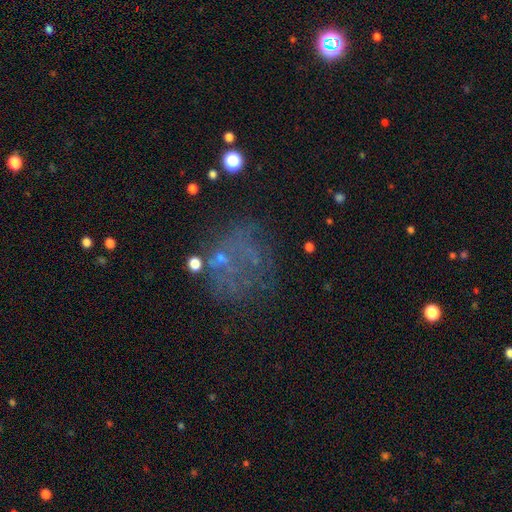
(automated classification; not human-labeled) A star or artifact, not a galaxy (40%).